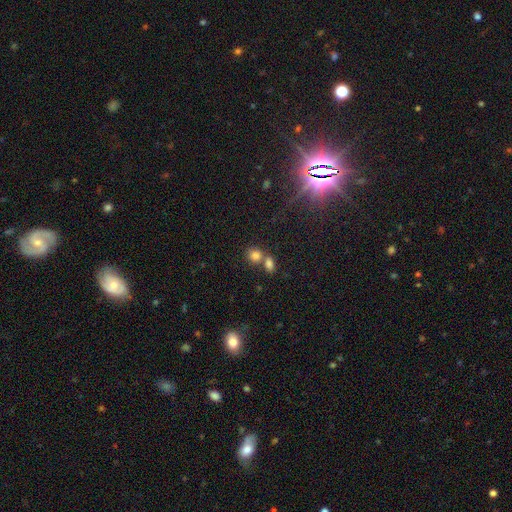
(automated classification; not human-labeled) The model was most divided on "merging": merger: 45%, none: 44%, minor disturbance: 8%, major disturbance: 3%. More confident: smooth or featured — smooth (80%); how rounded — round (69%).